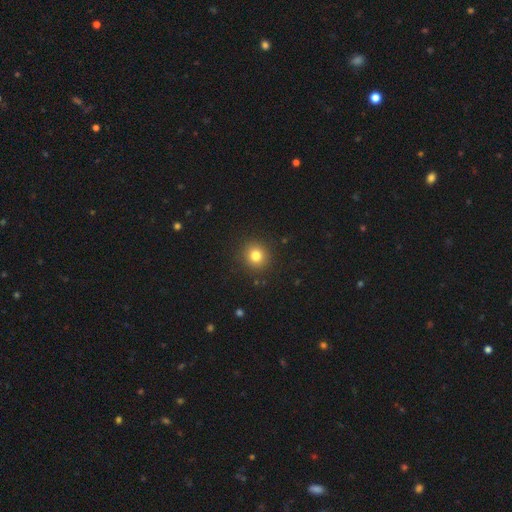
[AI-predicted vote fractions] The model was most divided on "smooth or featured": smooth: 81%, star or artifact: 13%, featured or disk: 7%. More confident: merging — none (91%); how rounded — round (90%).